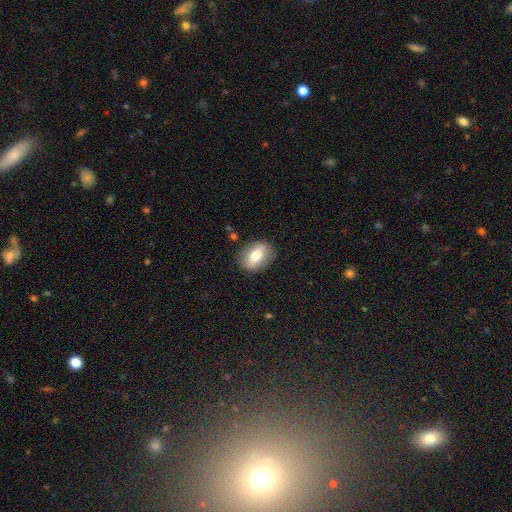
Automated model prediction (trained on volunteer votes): smooth 67%, featured or disk 26%, star or artifact 7%. Down the decision tree: how rounded — in between (76%); merging — none (84%).